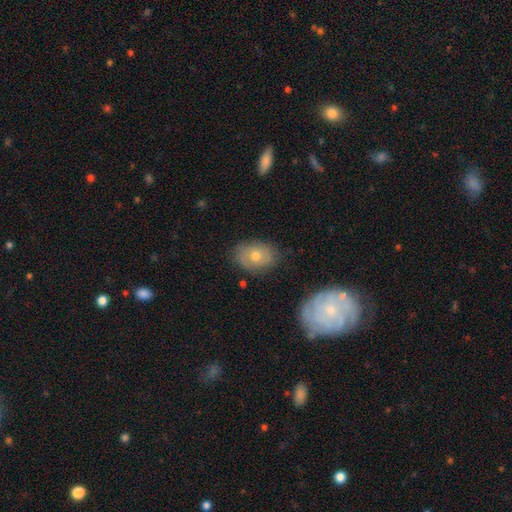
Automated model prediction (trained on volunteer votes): Overall: smooth (56%; featured or disk 35%). How rounded: in between (76%). Merging: none (79%).